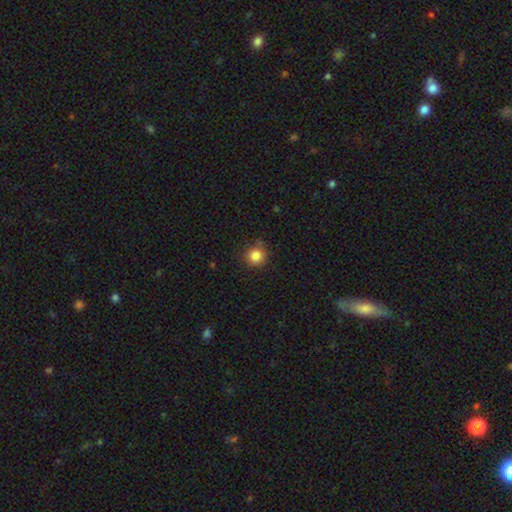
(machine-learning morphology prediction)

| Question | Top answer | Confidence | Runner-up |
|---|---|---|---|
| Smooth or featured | smooth | 84% | star or artifact (11%) |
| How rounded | round | 92% | in between (7%) |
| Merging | none | 82% | minor disturbance (14%) |